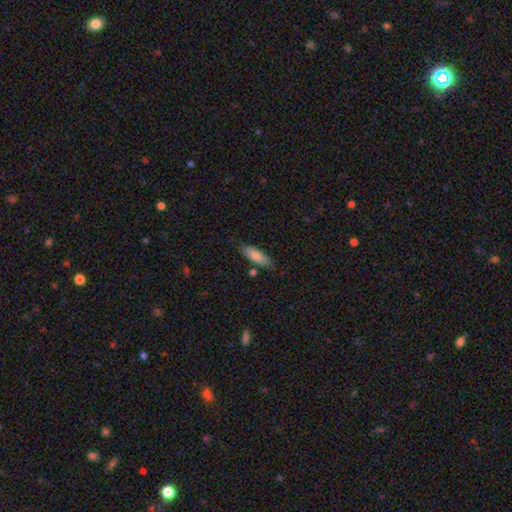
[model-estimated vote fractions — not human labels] A smooth galaxy with no disk features (77%) that is in between round and cigar-shaped (62%).

Vote fractions:
- Smooth or featured? smooth: 77% / featured or disk: 16% / star or artifact: 6%
- How rounded? in between: 62% / cigar-shaped: 36% / round: 2%
- Merging? none: 79% / minor disturbance: 14% / merger: 4% / major disturbance: 3%